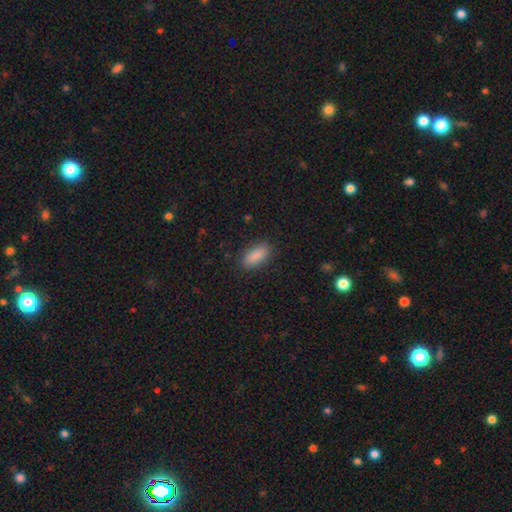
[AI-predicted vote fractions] This appears to be a smooth galaxy with no disk features (88%) that is in between round and cigar-shaped (85%). Merging: none (88%).